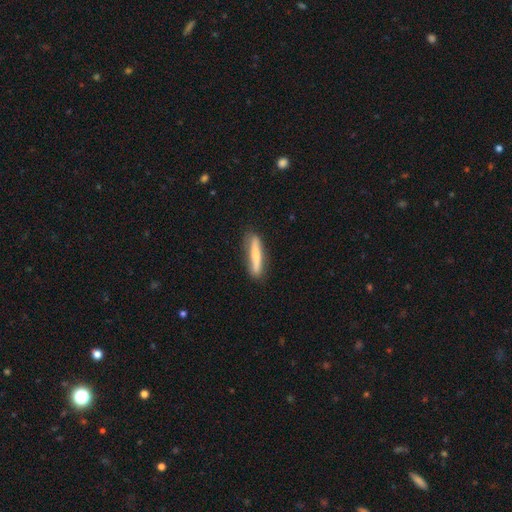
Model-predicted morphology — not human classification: The model was most divided on "smooth or featured": smooth: 55%, featured or disk: 40%, star or artifact: 5%. More confident: how rounded — cigar-shaped (88%); merging — none (83%).